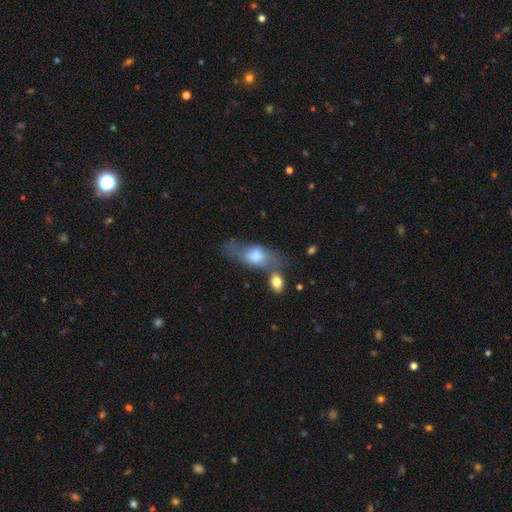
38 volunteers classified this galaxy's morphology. A smooth galaxy with no disk features (55%) that is in between round and cigar-shaped (57%).

Vote fractions:
- Smooth or featured? smooth: 55% / featured or disk: 37% / star or artifact: 8%
- How rounded? in between: 57% / cigar-shaped: 43% / round: 0%
- Merging? none: 54% / minor disturbance: 26% / major disturbance: 11% / merger: 9%